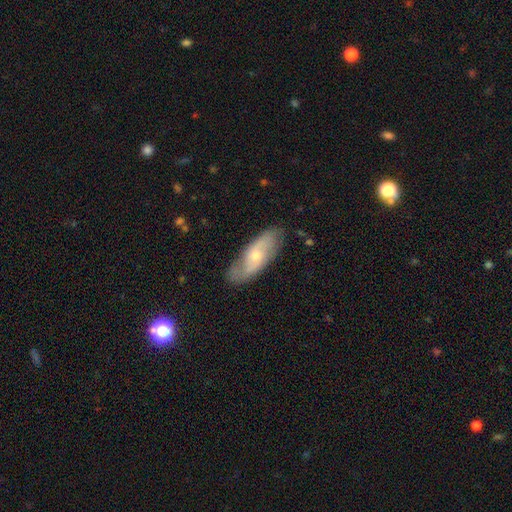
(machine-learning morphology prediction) smooth_or_featured: featured or disk (p=0.60) [alt: smooth p=0.34]
disk_edge_on: no (p=0.83) [alt: yes p=0.17]
merging: none (p=0.77) [alt: minor disturbance p=0.17]